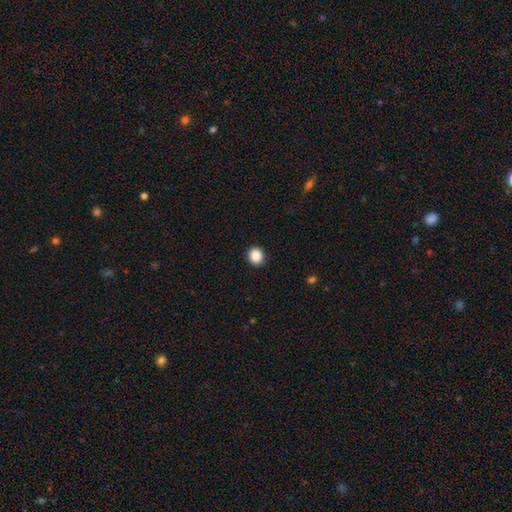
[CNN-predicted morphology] Smooth or featured: smooth — 87% (star or artifact — 10%)
How rounded: round — 84% (in between — 15%)
Merging: none — 91% (minor disturbance — 6%)